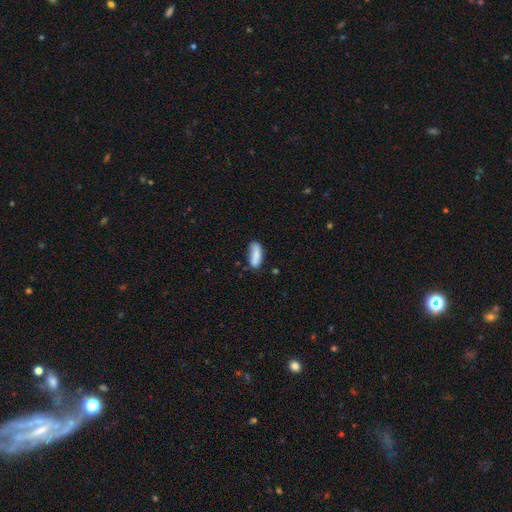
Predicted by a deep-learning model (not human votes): This appears to be a smooth galaxy with no disk features (81%) that is in between round and cigar-shaped (74%). Merging: none (62%).